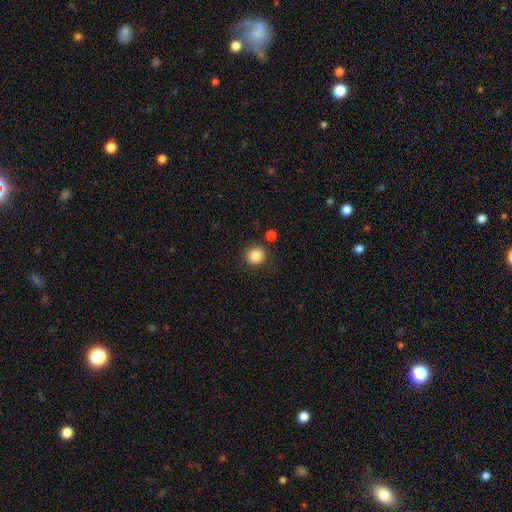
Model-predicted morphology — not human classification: A smooth galaxy with no disk features (87%) that is round (91%). Merging: none (86%).